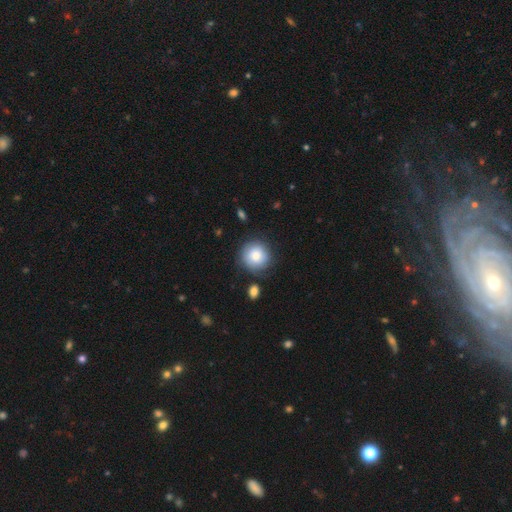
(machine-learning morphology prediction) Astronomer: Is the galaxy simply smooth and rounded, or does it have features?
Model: smooth — 80%.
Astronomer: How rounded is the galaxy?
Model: round — 93%.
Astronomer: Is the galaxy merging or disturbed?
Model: none — 80%.